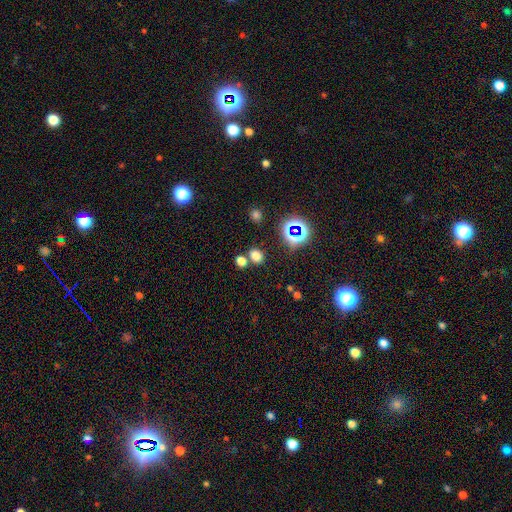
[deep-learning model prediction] Morphology: type=smooth (69%); roundness=round (54%); merging=none (72%).